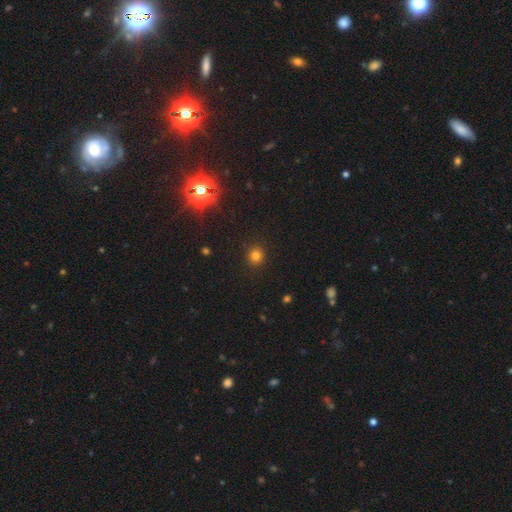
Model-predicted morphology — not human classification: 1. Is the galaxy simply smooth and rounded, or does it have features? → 78% smooth, 16% star or artifact, 6% featured or disk.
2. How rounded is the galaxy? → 88% round, 11% in between, 1% cigar-shaped.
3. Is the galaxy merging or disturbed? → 91% none, 6% minor disturbance, 2% major disturbance, 1% merger.